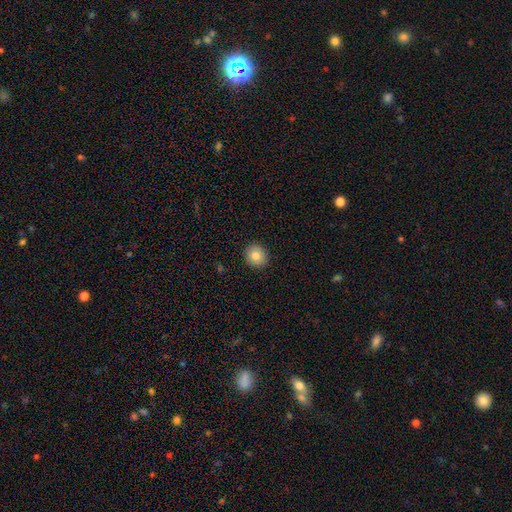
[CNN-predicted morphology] Q: Smooth or featured?
A: smooth (82%); runner-up: featured or disk (9%)
Q: How rounded?
A: round (85%); runner-up: in between (14%)
Q: Merging?
A: none (91%); runner-up: minor disturbance (6%)